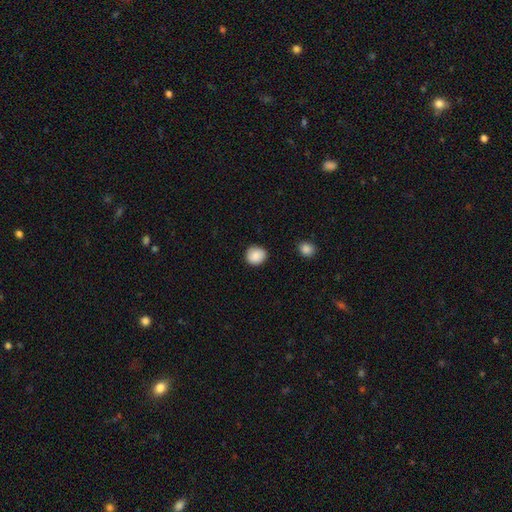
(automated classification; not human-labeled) The model was most divided on "how rounded": round: 87%, in between: 13%, cigar-shaped: 1%. More confident: smooth or featured — smooth (88%); merging — none (86%).